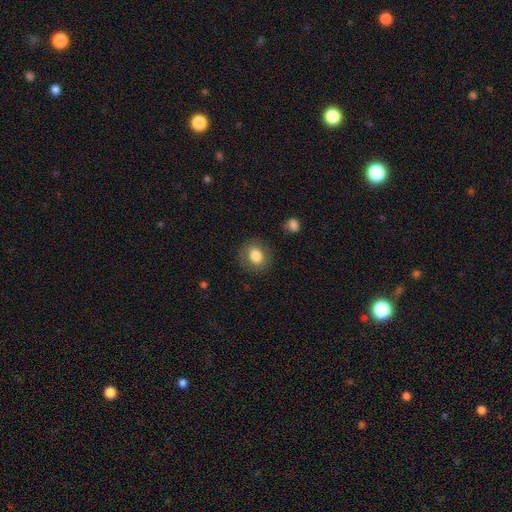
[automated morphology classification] smooth_or_featured: smooth (p=0.80) [alt: featured or disk p=0.12]
how_rounded: round (p=0.65) [alt: in between p=0.34]
merging: none (p=0.83) [alt: minor disturbance p=0.11]